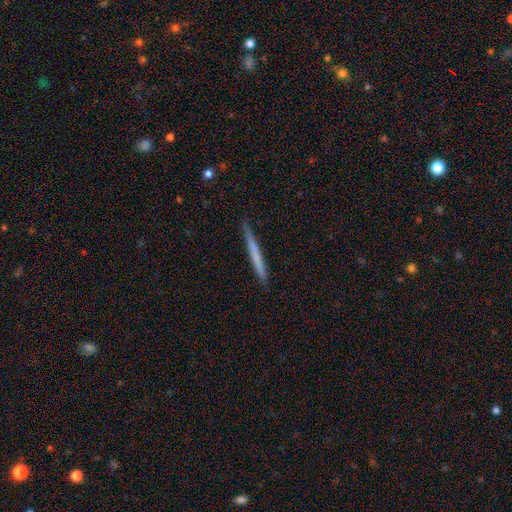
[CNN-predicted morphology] type=smooth (61%); roundness=cigar-shaped (97%); merging=none (89%).